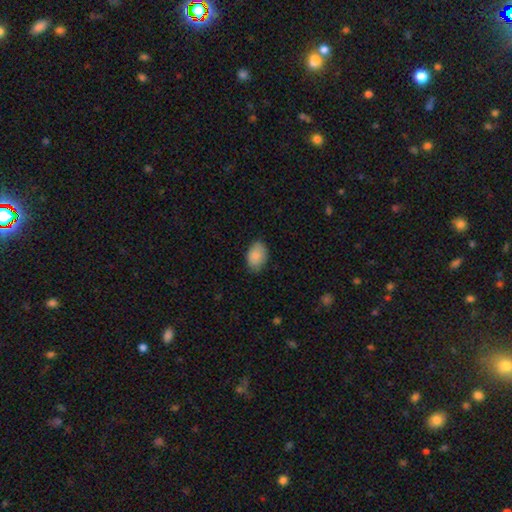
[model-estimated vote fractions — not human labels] Smooth or featured? smooth (87%)
How rounded? in between (85%)
Merging? none (77%)